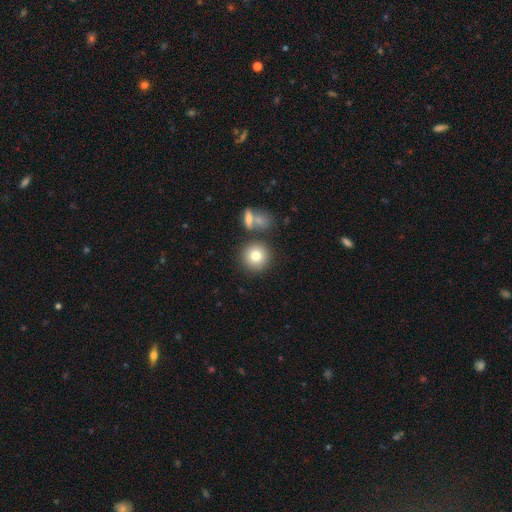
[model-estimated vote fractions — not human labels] Smooth or featured? smooth (78%)
How rounded? round (93%)
Merging? none (77%)